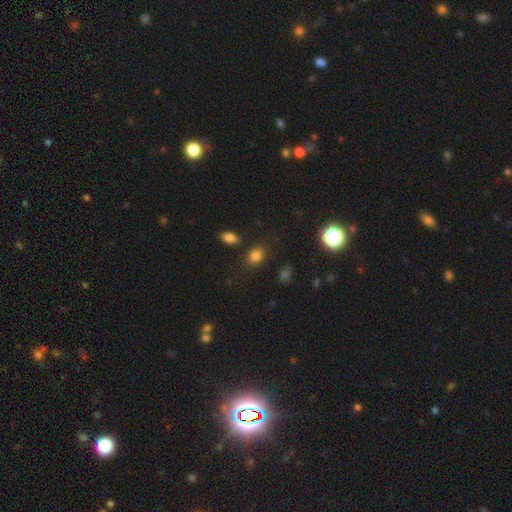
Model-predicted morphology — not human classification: Q: Smooth or featured?
A: smooth (81%); runner-up: star or artifact (14%)
Q: How rounded?
A: in between (64%); runner-up: round (35%)
Q: Merging?
A: none (80%); runner-up: minor disturbance (12%)